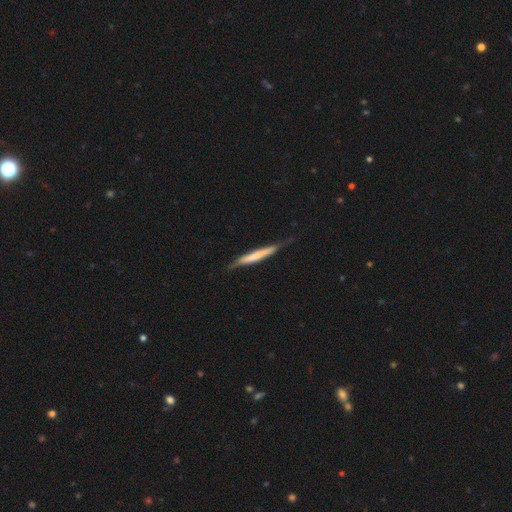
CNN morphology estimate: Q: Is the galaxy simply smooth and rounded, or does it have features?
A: smooth — 54%.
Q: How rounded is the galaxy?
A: cigar-shaped — 94%.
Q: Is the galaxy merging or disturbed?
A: none — 70%.